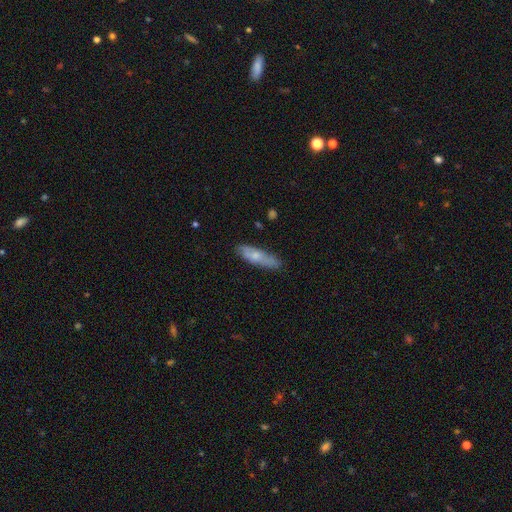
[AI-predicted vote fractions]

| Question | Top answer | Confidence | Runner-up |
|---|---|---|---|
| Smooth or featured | smooth | 62% | featured or disk (32%) |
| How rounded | cigar-shaped | 63% | in between (35%) |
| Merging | none | 76% | minor disturbance (19%) |